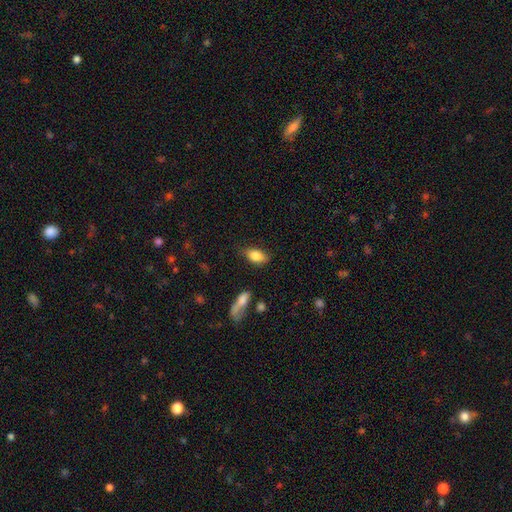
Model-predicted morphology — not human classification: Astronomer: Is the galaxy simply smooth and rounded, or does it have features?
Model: smooth — 82%.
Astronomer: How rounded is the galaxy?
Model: in between — 89%.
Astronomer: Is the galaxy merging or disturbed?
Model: none — 69%.